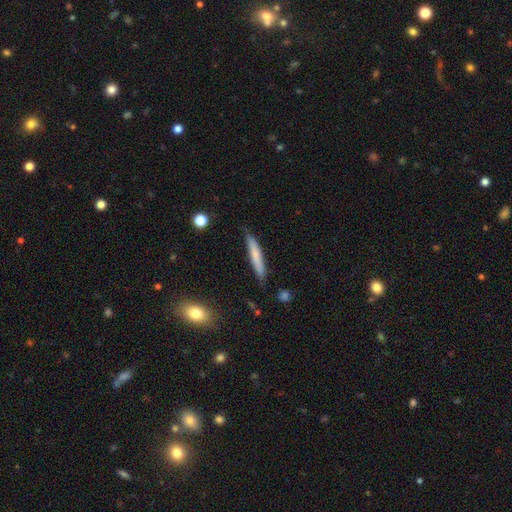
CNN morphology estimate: A smooth galaxy with no disk features (69%) that is cigar-shaped (94%).

Vote fractions:
- Smooth or featured? smooth: 69% / featured or disk: 25% / star or artifact: 6%
- How rounded? cigar-shaped: 94% / in between: 5% / round: 1%
- Merging? none: 83% / minor disturbance: 14% / major disturbance: 2% / merger: 2%